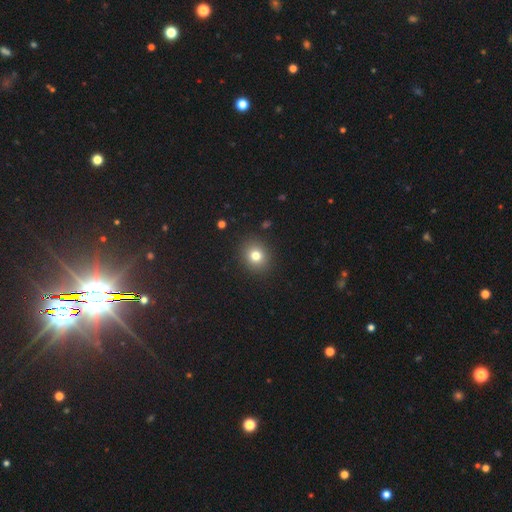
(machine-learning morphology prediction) smooth_or_featured: smooth (p=0.78) [alt: star or artifact p=0.13]
how_rounded: round (p=0.75) [alt: in between p=0.24]
merging: none (p=0.90) [alt: minor disturbance p=0.06]